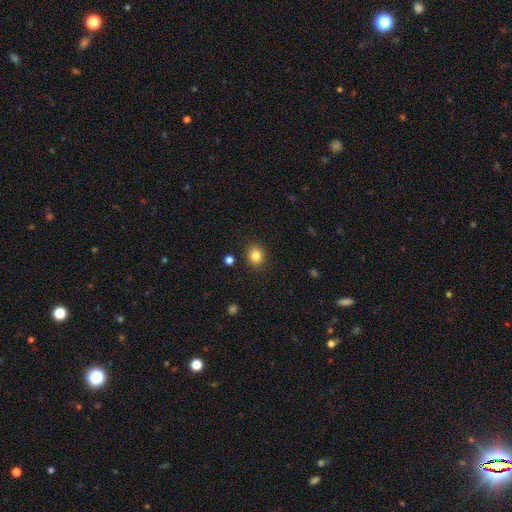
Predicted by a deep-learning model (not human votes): smooth_or_featured: smooth (p=0.84) [alt: star or artifact p=0.11]
how_rounded: round (p=0.76) [alt: in between p=0.23]
merging: none (p=0.89) [alt: minor disturbance p=0.07]